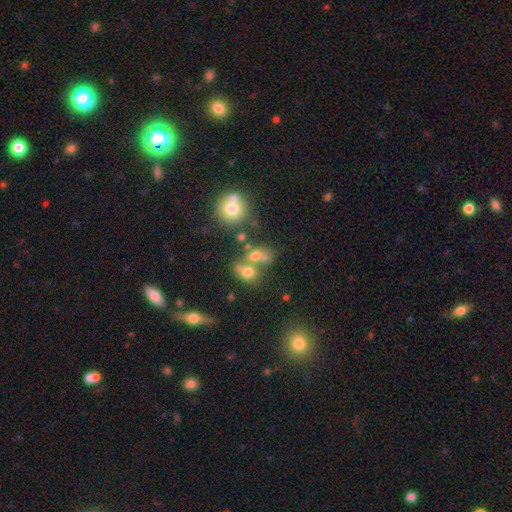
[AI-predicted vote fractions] smooth 64%, featured or disk 18%, star or artifact 18%. Down the decision tree: how rounded — round (63%); merging — merger (46%).